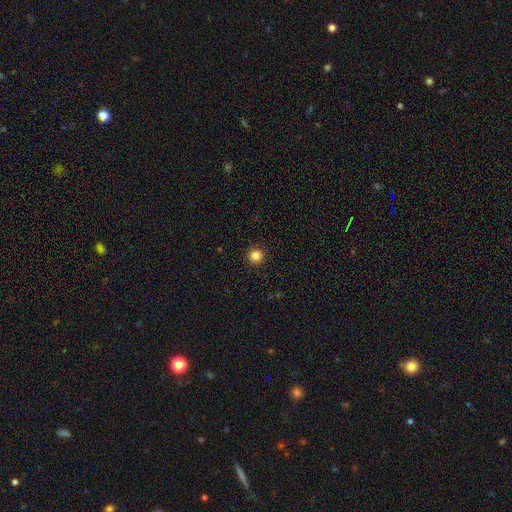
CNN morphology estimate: Overall: smooth (84%). How rounded: round (95%). Merging: none (93%).